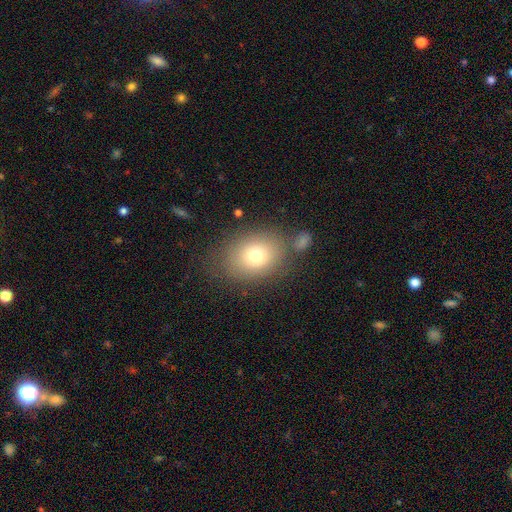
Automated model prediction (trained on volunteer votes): This is likely a smooth galaxy (73%). How rounded: likely in between (62%). Merging: likely none (69%).